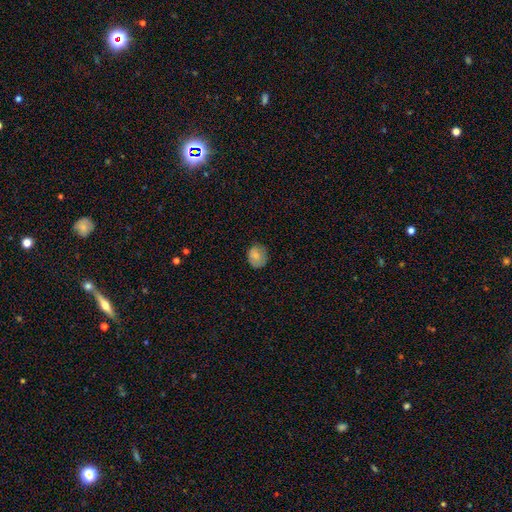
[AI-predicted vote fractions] Smooth or featured? Predicted: smooth (p=0.81). How rounded? Predicted: round (p=0.65). Merging? Predicted: none (p=0.75).